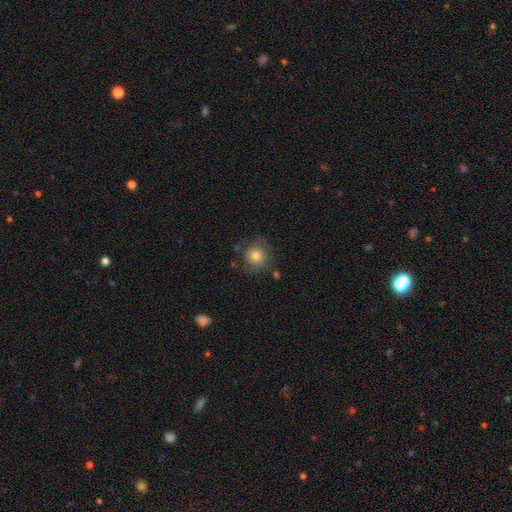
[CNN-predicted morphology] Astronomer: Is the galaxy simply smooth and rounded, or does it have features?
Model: smooth — 75%.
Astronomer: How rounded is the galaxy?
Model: round — 89%.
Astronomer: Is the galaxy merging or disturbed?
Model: none — 71%.